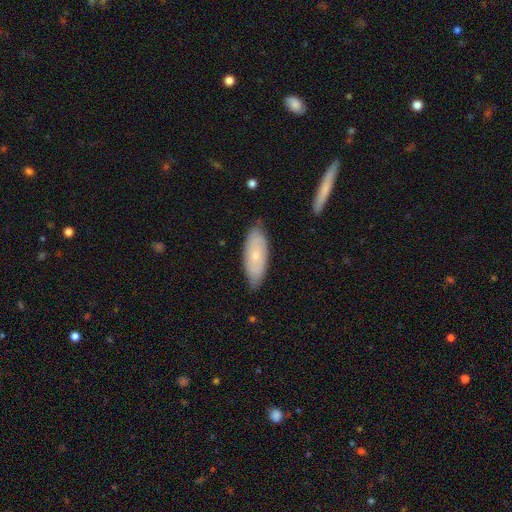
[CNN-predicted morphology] smooth_or_featured: smooth (p=0.60) [alt: featured or disk p=0.34]
how_rounded: in between (p=0.80) [alt: cigar-shaped p=0.18]
merging: none (p=0.78) [alt: minor disturbance p=0.18]